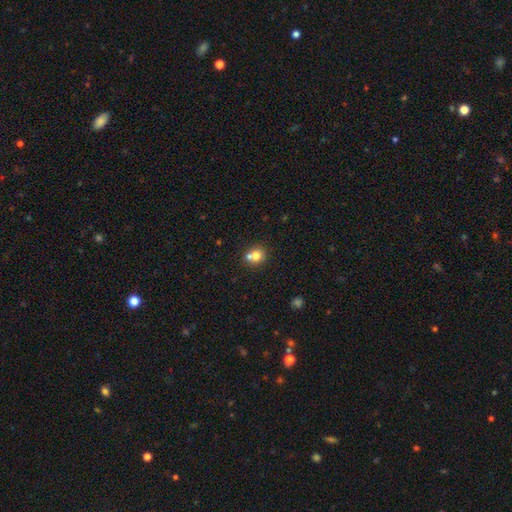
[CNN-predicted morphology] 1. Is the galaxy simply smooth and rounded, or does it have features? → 72% smooth, 15% featured or disk, 12% star or artifact.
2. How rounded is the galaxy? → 82% round, 17% in between, 1% cigar-shaped.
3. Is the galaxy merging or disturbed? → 47% merger, 44% none, 7% minor disturbance, 2% major disturbance.